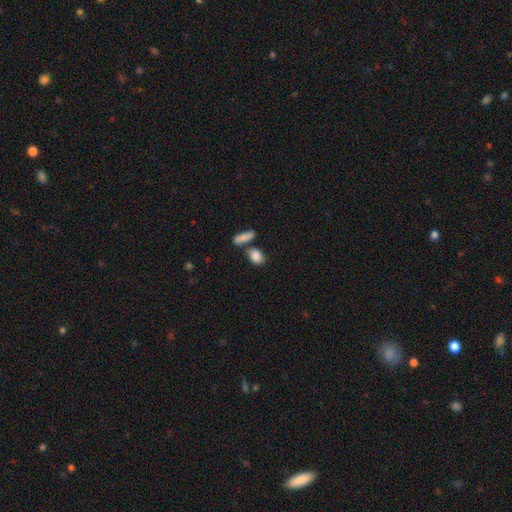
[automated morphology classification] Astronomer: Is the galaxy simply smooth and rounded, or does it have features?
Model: smooth — 87%.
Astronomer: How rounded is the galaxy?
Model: in between — 75%.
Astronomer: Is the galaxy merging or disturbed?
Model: none — 62%.